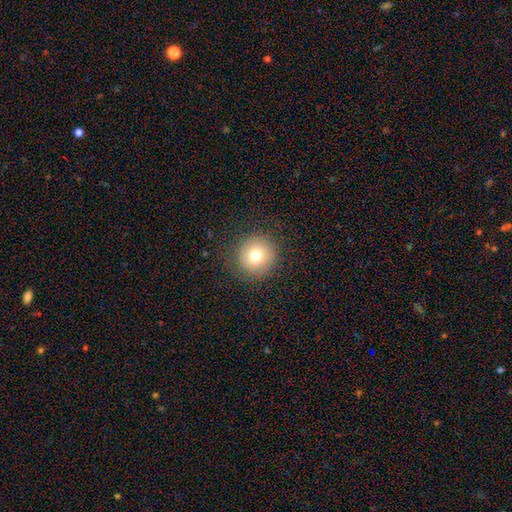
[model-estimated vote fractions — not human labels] Smooth or featured?
  - smooth: 76% *
  - featured or disk: 12%
  - star or artifact: 12%
How rounded?
  - round: 94% *
  - in between: 5%
  - cigar-shaped: 1%
Merging?
  - none: 87% *
  - minor disturbance: 8%
  - major disturbance: 4%
  - merger: 1%